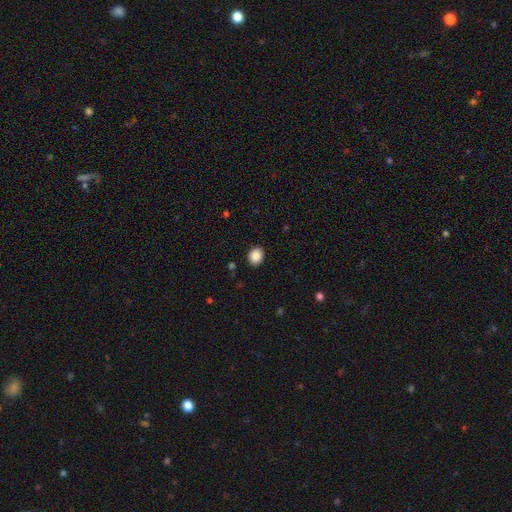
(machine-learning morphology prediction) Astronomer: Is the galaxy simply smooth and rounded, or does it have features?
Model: smooth — 89%.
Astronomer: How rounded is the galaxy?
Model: round — 67%.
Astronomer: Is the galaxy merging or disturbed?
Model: none — 91%.